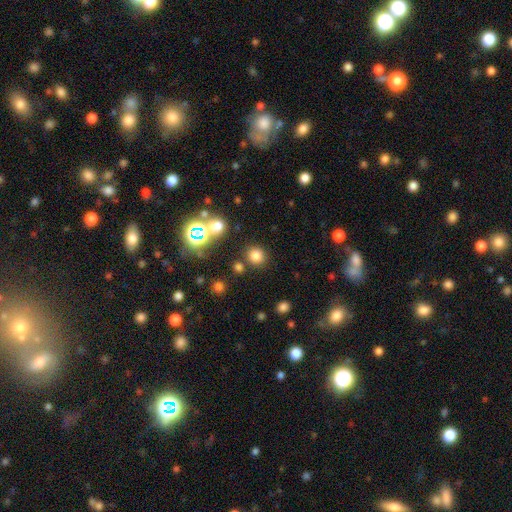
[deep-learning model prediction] A smooth galaxy with no disk features (75%) that is round (89%). Merging: none (82%).